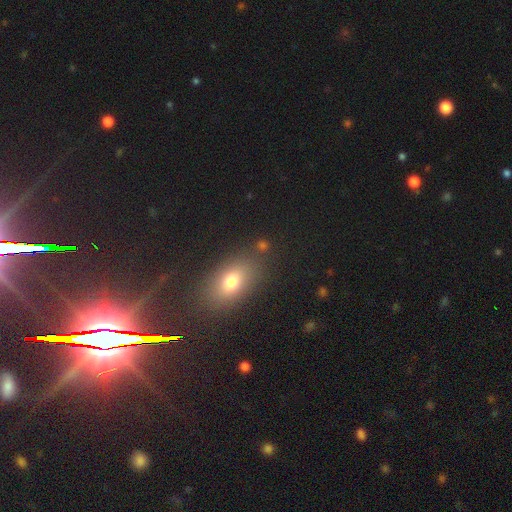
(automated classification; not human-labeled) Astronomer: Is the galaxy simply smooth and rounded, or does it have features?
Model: star or artifact — 46% (runner-up: smooth, 34%).